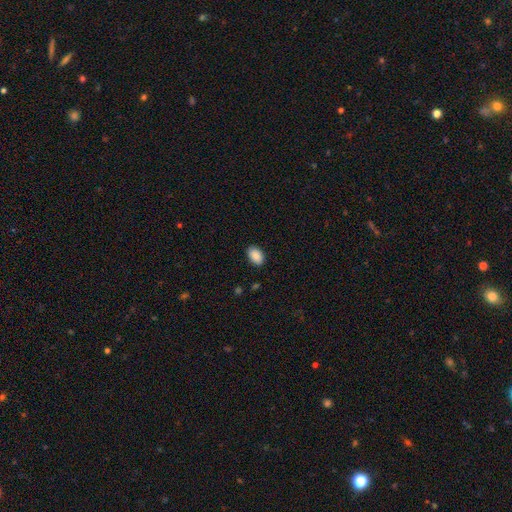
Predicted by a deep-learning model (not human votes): Smooth or featured: smooth — 90% (star or artifact — 7%)
How rounded: in between — 89% (round — 10%)
Merging: none — 87% (minor disturbance — 10%)